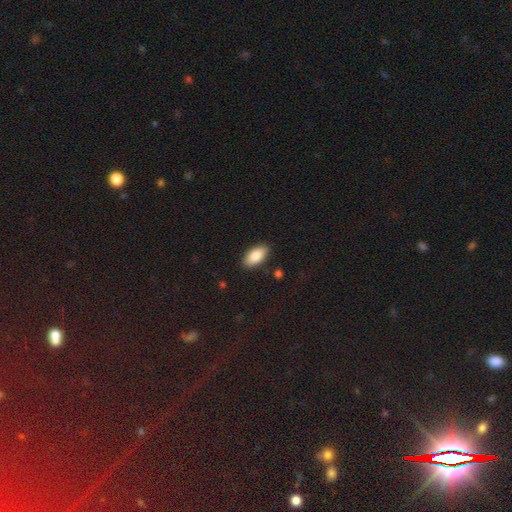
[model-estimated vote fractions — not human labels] Smooth or featured: smooth — 84% (featured or disk — 9%)
How rounded: in between — 92% (cigar-shaped — 6%)
Merging: none — 87% (minor disturbance — 9%)